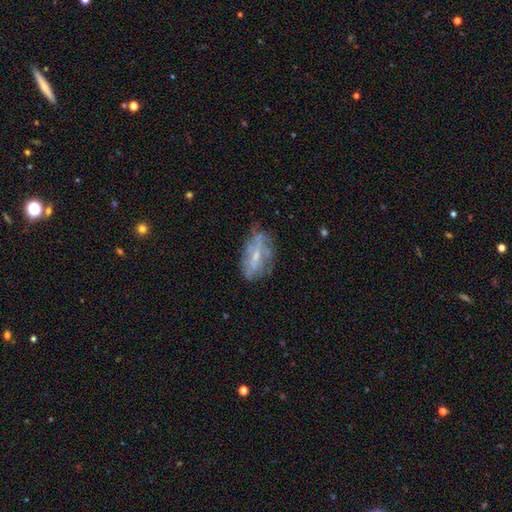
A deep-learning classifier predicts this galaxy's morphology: featured or disk 59%, smooth 31%, star or artifact 10%. Down the decision tree: edge-on disk — no (91%); bar — no (55%); spiral arms — no (58%); bulge size — small (55%); merging — none (53%).